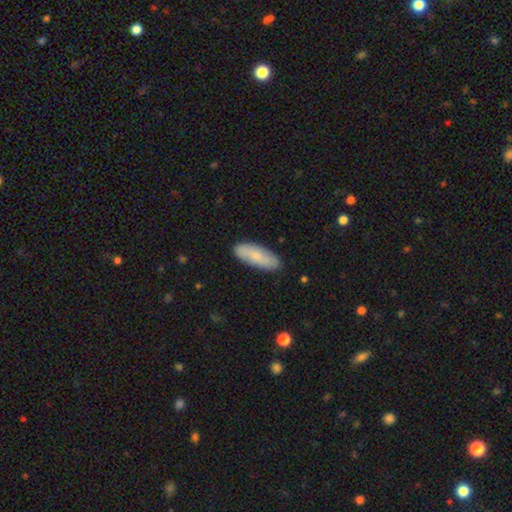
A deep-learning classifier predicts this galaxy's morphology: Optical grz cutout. It shows a smooth galaxy with no disk features (72%) that is in between round and cigar-shaped (67%). Merging: none (86%).